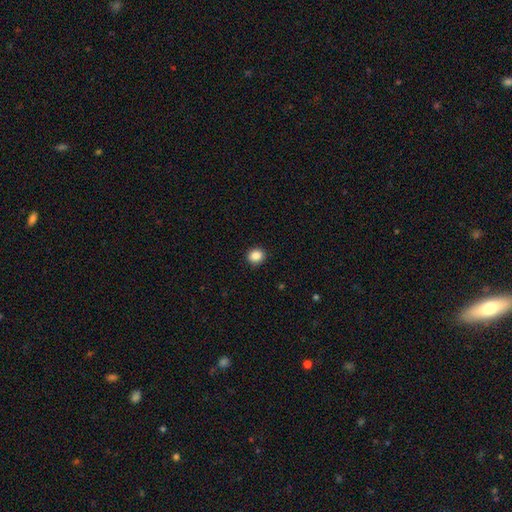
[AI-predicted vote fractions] Q: Smooth or featured?
A: smooth (87%); runner-up: star or artifact (10%)
Q: How rounded?
A: round (82%); runner-up: in between (17%)
Q: Merging?
A: none (92%); runner-up: minor disturbance (5%)